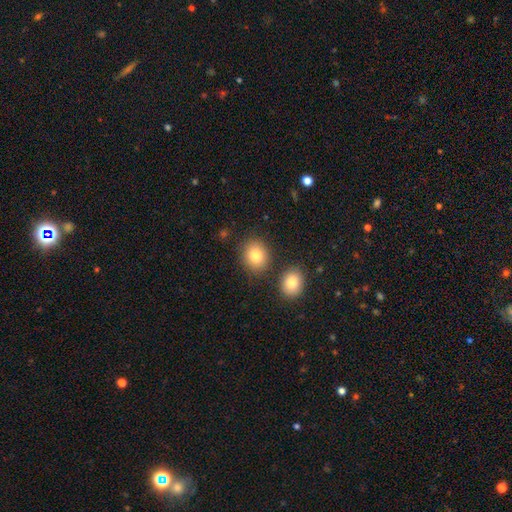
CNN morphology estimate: The model was most divided on "how rounded": round: 67%, in between: 32%, cigar-shaped: 1%. More confident: smooth or featured — smooth (82%); merging — none (80%).